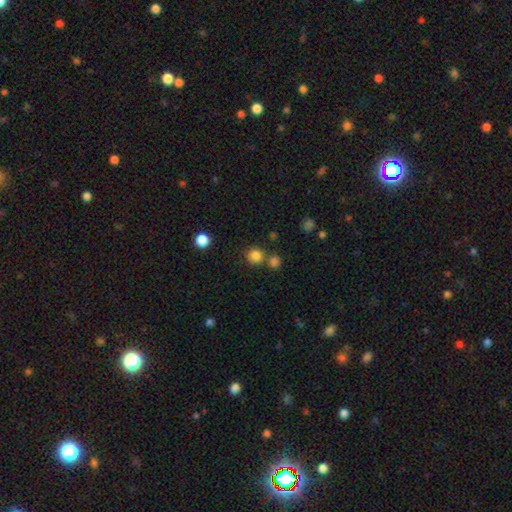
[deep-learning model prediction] Morphology: type=smooth (83%); roundness=round (91%); merging=none (69%).